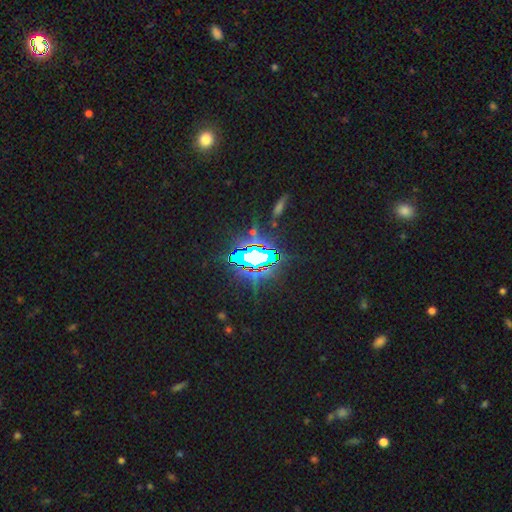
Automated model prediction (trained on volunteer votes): star or artifact 70%, smooth 16%, featured or disk 14%.